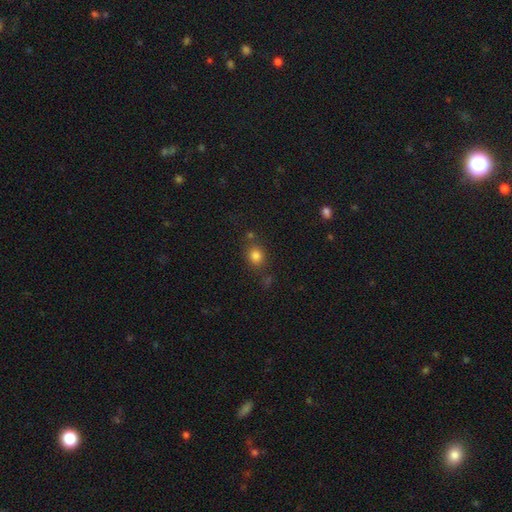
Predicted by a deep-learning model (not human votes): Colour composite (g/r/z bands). It shows a smooth galaxy with no disk features (81%) that is round (72%). Merging: none (75%).